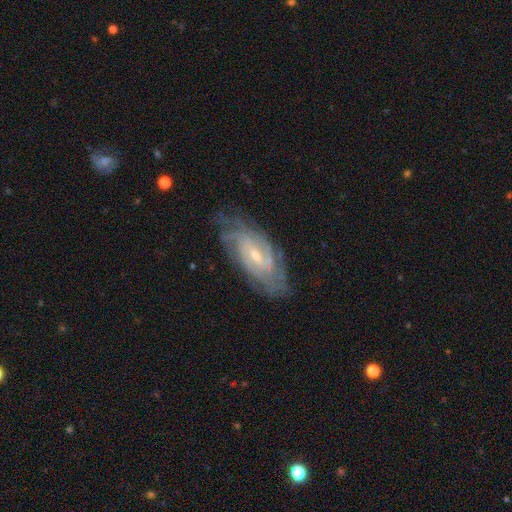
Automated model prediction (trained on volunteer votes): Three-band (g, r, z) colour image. It shows a featured or disk galaxy (81%) with a weak bar (52%), tight (63%) spiral arms (93%) and a small central bulge (52%). Merging: none (70%).